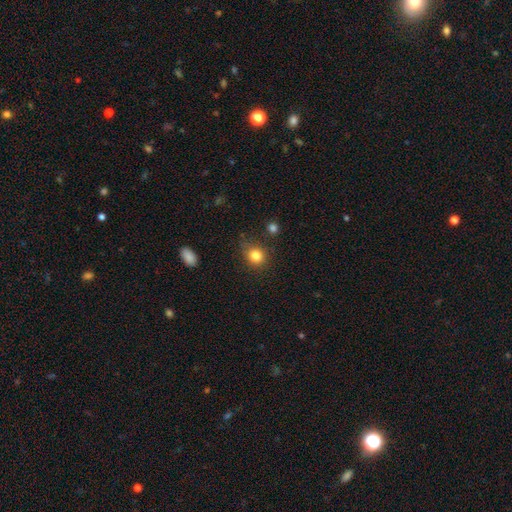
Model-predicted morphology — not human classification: Smooth or featured: smooth — 83% (star or artifact — 11%)
How rounded: round — 79% (in between — 20%)
Merging: none — 77% (minor disturbance — 16%)